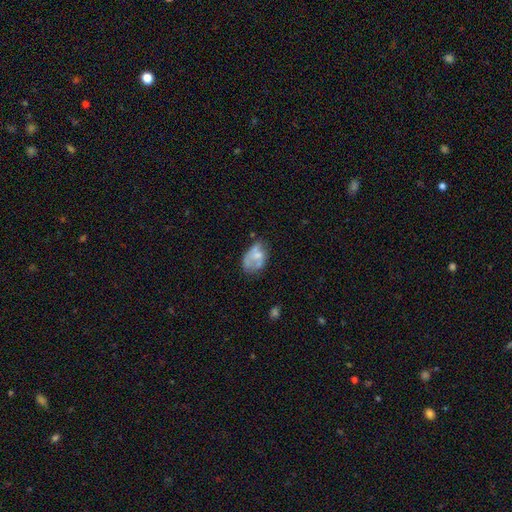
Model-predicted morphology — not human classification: Smooth or featured? smooth (52%)
How rounded? in between (81%)
Merging? none (32%)